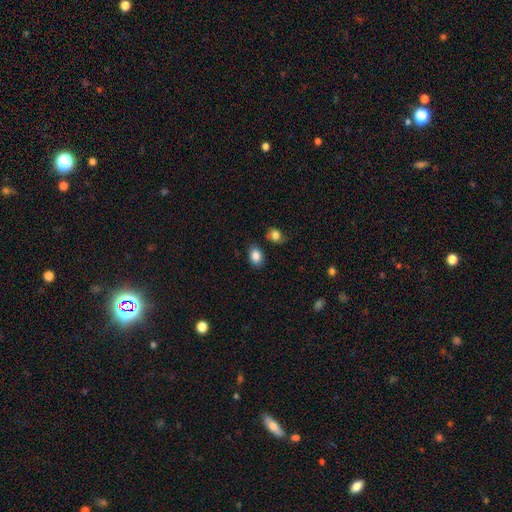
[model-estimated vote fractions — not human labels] Overall: smooth (86%). How rounded: in between (79%). Merging: none (78%).